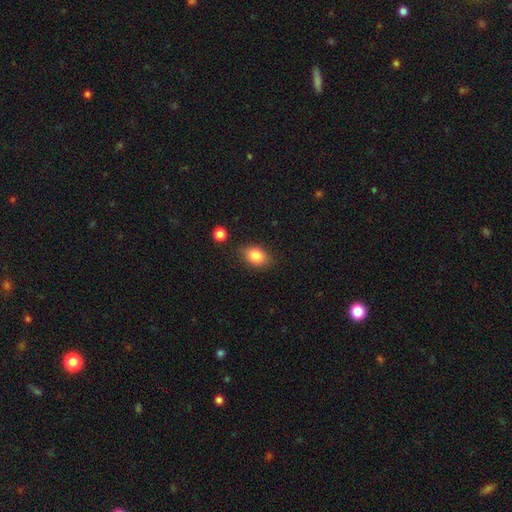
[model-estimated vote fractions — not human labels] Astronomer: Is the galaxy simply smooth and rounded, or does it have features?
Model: smooth — 84%.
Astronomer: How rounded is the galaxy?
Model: in between — 72%.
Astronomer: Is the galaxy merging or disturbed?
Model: none — 81%.